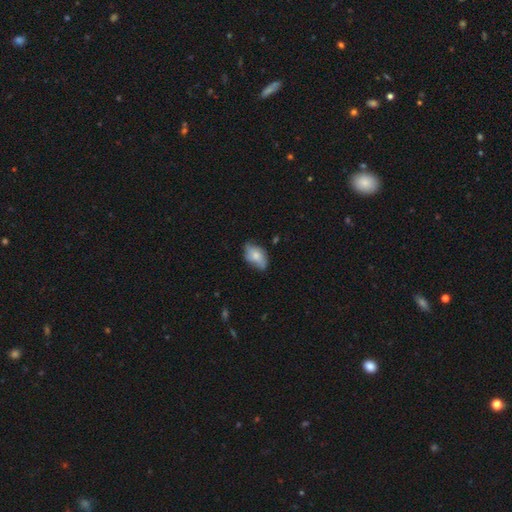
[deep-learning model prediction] Q: Smooth or featured?
A: smooth (68%); runner-up: featured or disk (25%)
Q: How rounded?
A: in between (90%); runner-up: round (8%)
Q: Merging?
A: none (55%); runner-up: minor disturbance (35%)